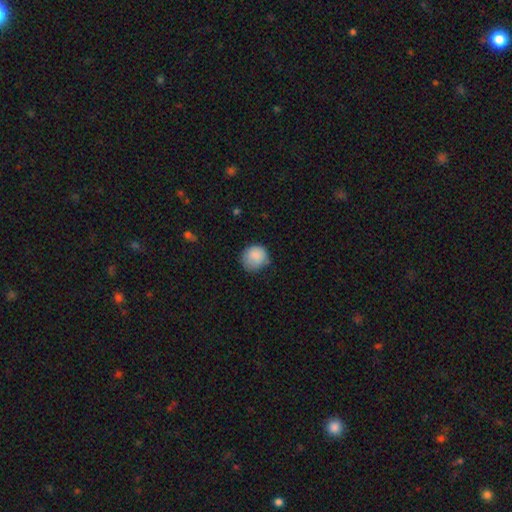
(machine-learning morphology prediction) Smooth or featured?
  - smooth: 86% *
  - star or artifact: 8%
  - featured or disk: 6%
How rounded?
  - round: 84% *
  - in between: 15%
  - cigar-shaped: 1%
Merging?
  - none: 67% *
  - minor disturbance: 26%
  - major disturbance: 6%
  - merger: 2%